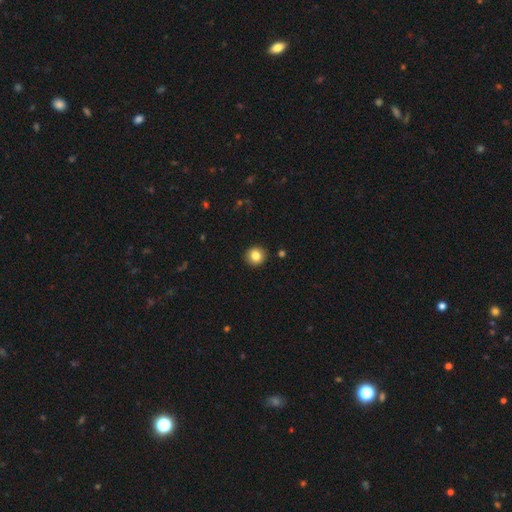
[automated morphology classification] type=smooth (83%); roundness=round (91%); merging=none (92%).